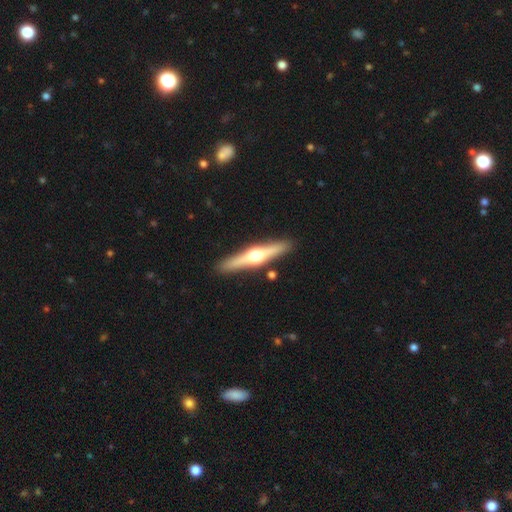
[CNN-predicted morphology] A featured or disk galaxy (69%) viewed edge-on (97%) with a rounded central bulge (95%). Merging: none (90%).